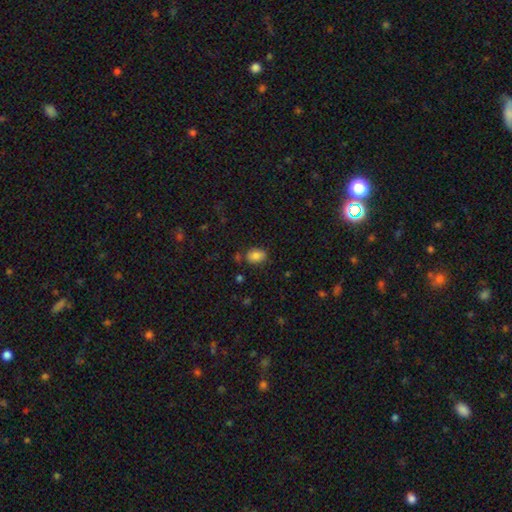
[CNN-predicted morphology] Smooth or featured?
  - smooth: 85% *
  - star or artifact: 9%
  - featured or disk: 6%
How rounded?
  - in between: 76% *
  - round: 23%
  - cigar-shaped: 1%
Merging?
  - none: 76% *
  - minor disturbance: 15%
  - merger: 5%
  - major disturbance: 4%